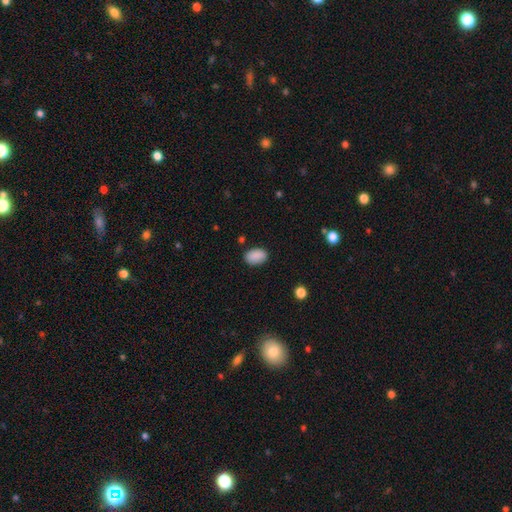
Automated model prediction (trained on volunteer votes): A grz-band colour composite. It shows a smooth galaxy with no disk features (89%) that is in between round and cigar-shaped (88%). Merging: none (84%).